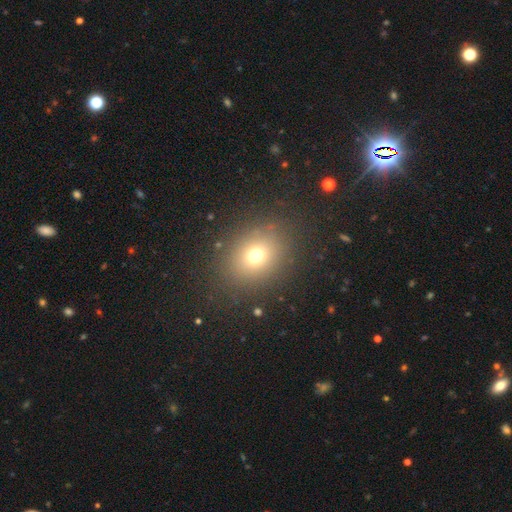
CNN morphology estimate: type=smooth (71%); roundness=round (53%); merging=none (85%).